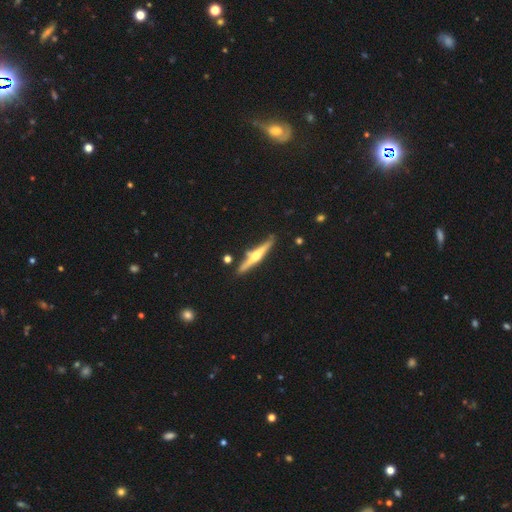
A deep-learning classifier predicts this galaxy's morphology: This appears to be a featured or disk galaxy (72%) viewed edge-on (97%) with a rounded central bulge (93%). Merging: none (85%).